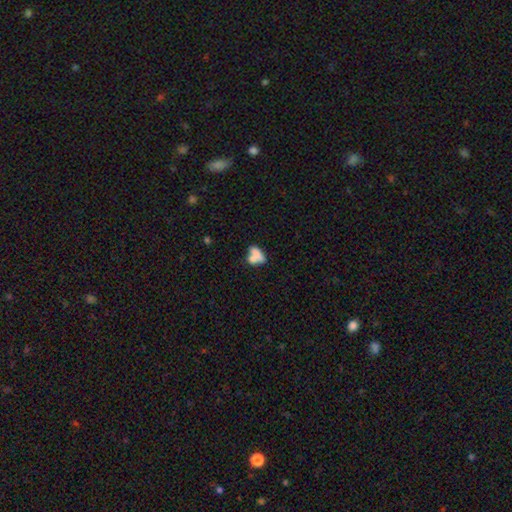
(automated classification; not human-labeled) smooth_or_featured: smooth (p=0.70) [alt: featured or disk p=0.21]
how_rounded: in between (p=0.75) [alt: round p=0.16]
merging: merger (p=0.48) [alt: none p=0.32]